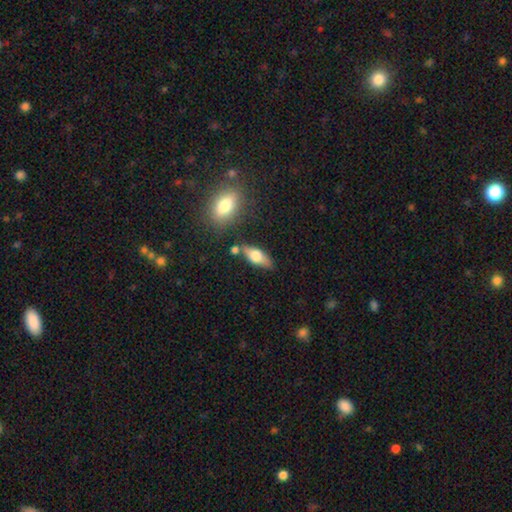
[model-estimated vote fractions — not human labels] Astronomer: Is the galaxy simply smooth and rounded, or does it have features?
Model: smooth — 60%.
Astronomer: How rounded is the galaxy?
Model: in between — 69%.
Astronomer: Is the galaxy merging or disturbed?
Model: none — 72%.